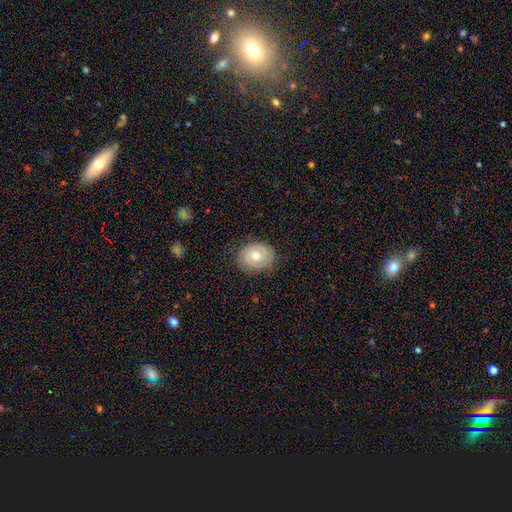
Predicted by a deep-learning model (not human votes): Smooth or featured: smooth — 66% (featured or disk — 26%)
How rounded: round — 55% (in between — 44%)
Merging: none — 79% (minor disturbance — 16%)